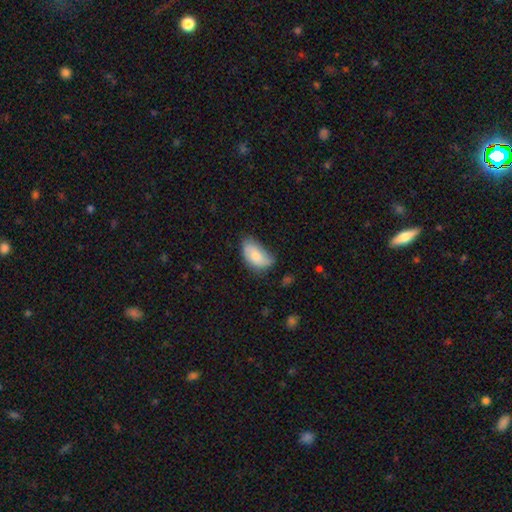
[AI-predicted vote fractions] Smooth or featured: smooth — 72% (featured or disk — 21%)
How rounded: in between — 93% (round — 5%)
Merging: none — 48% (minor disturbance — 38%)